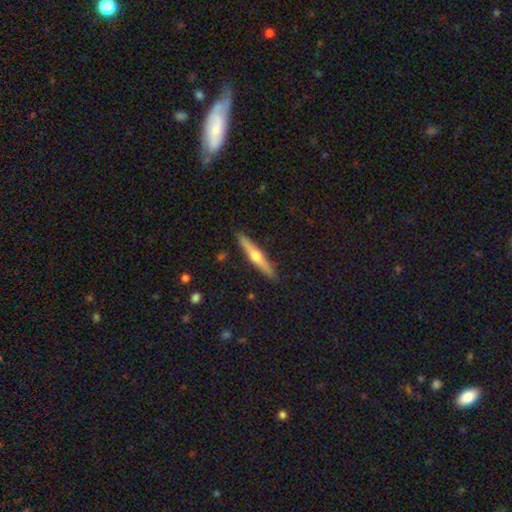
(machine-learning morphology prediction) This appears to be a featured or disk galaxy (65%) viewed edge-on (97%) with a rounded central bulge (93%). Merging: none (91%).